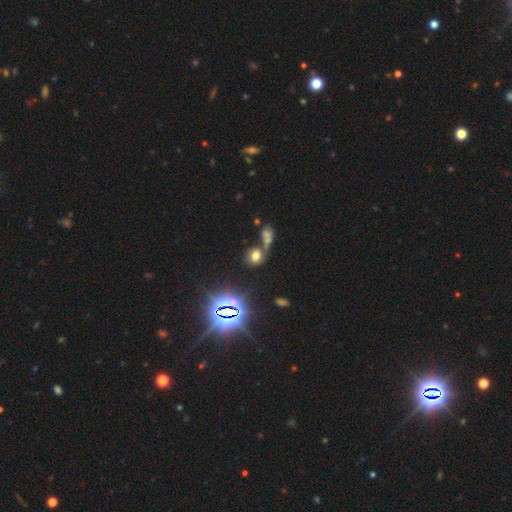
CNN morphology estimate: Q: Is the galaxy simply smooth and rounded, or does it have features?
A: smooth — 58%.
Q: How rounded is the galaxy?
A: round — 68%.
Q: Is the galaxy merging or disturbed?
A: none — 49%.